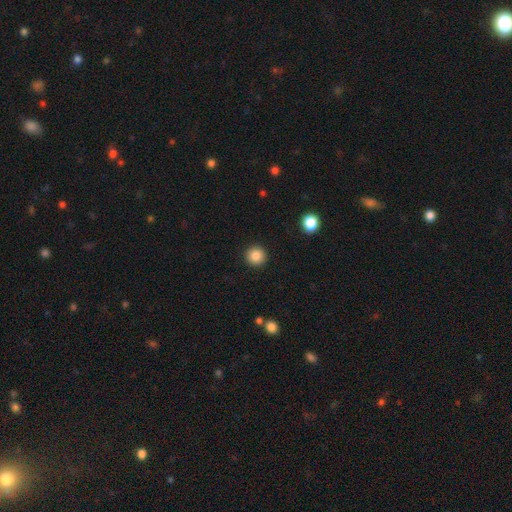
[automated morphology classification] Q: Smooth or featured?
A: smooth (86%); runner-up: star or artifact (10%)
Q: How rounded?
A: round (94%); runner-up: in between (5%)
Q: Merging?
A: none (93%); runner-up: minor disturbance (5%)